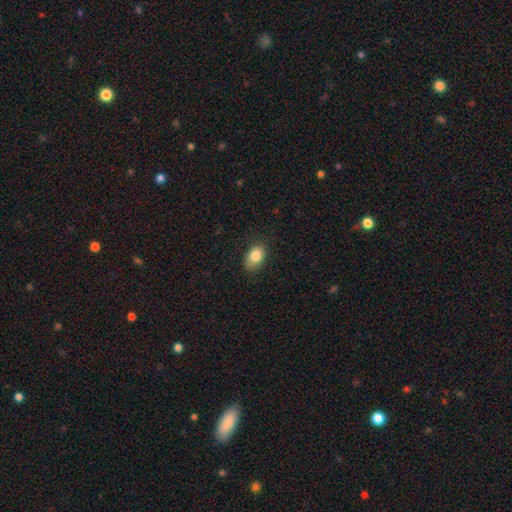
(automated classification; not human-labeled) smooth-or-featured: smooth: 84% | star or artifact: 8% | featured or disk: 8%
  how-rounded: in between: 85% | round: 13% | cigar-shaped: 1%
  merging: none: 80% | minor disturbance: 16% | major disturbance: 3% | merger: 1%